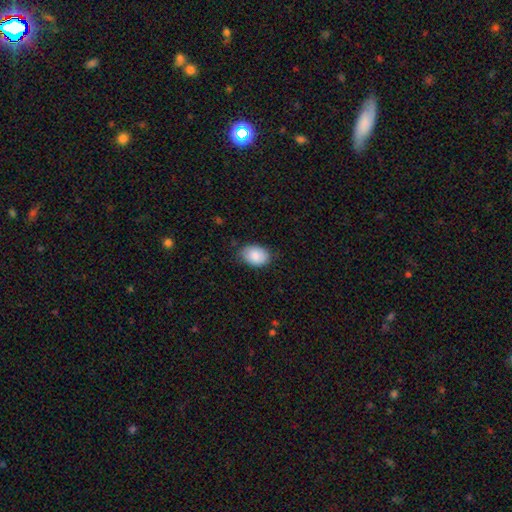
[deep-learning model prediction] smooth-or-featured: smooth: 86% | featured or disk: 7% | star or artifact: 7%
  how-rounded: in between: 78% | round: 21% | cigar-shaped: 1%
  merging: none: 76% | minor disturbance: 20% | major disturbance: 3% | merger: 1%